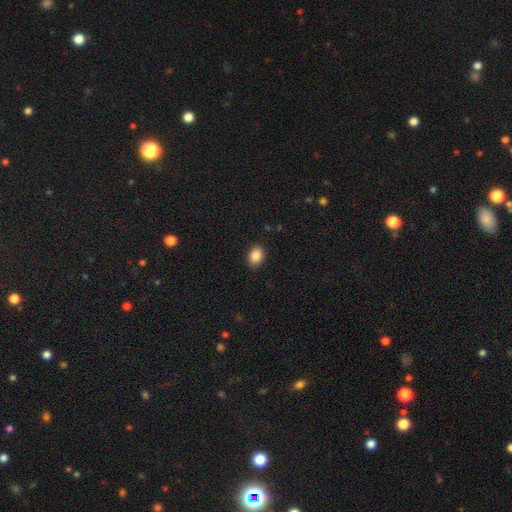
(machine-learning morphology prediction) Smooth or featured? Predicted: smooth (p=0.87). How rounded? Predicted: in between (p=0.73). Merging? Predicted: none (p=0.89).